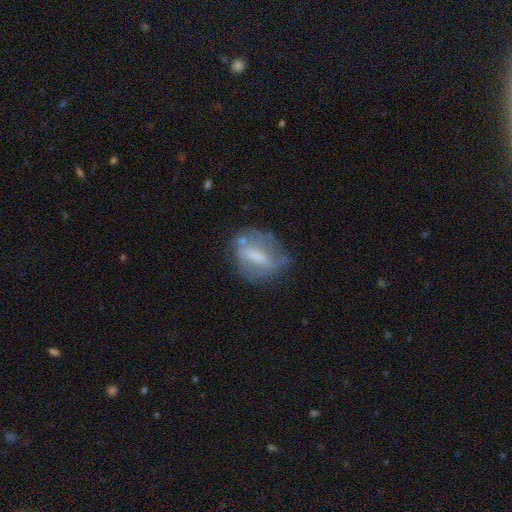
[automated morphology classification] Q: Smooth or featured?
A: featured or disk (49%); runner-up: smooth (41%)
Q: Merging?
A: none (59%); runner-up: minor disturbance (23%)